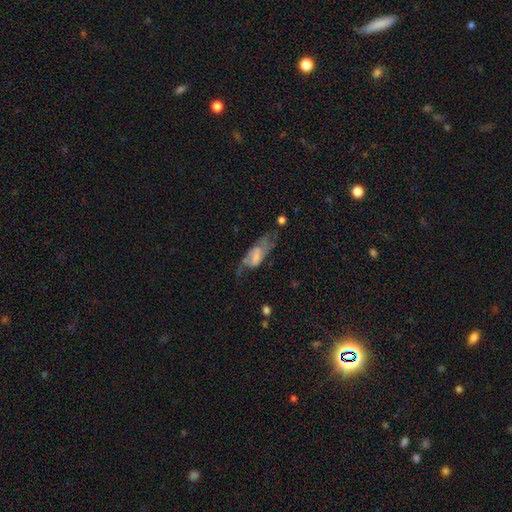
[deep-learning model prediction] This appears to be a featured or disk galaxy (50%). Merging: major disturbance (36%).